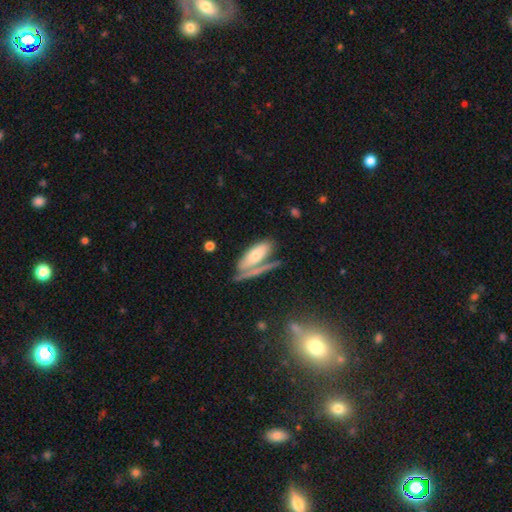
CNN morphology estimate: Overall: smooth (59%; featured or disk 34%). How rounded: in between (73%). Merging: none (43%; merger 27%).